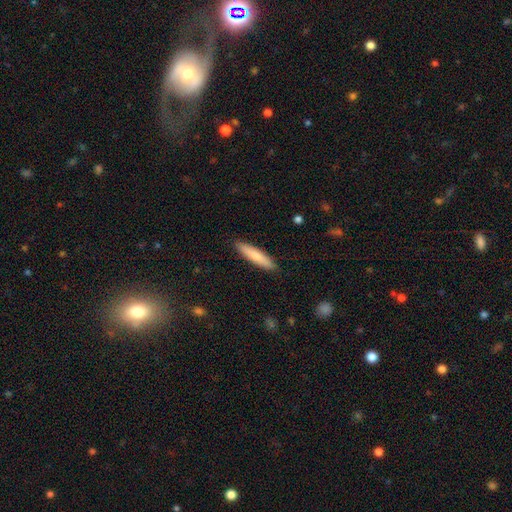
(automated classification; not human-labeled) This is likely a smooth galaxy (77%). How rounded: clearly cigar-shaped (87%). Merging: clearly none (90%).